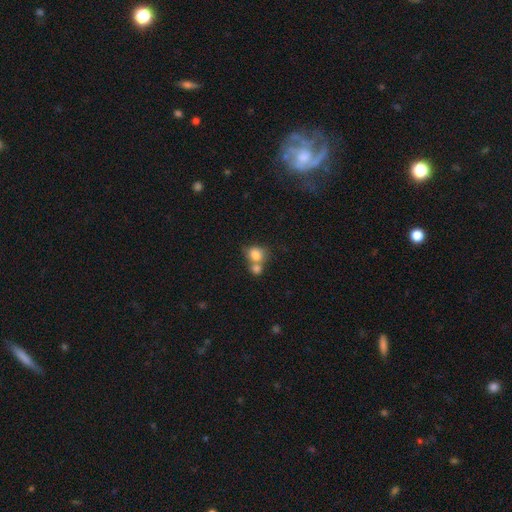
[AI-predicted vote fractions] This appears to be a smooth galaxy with no disk features (81%) that is round (67%). Merging: merger (55%).